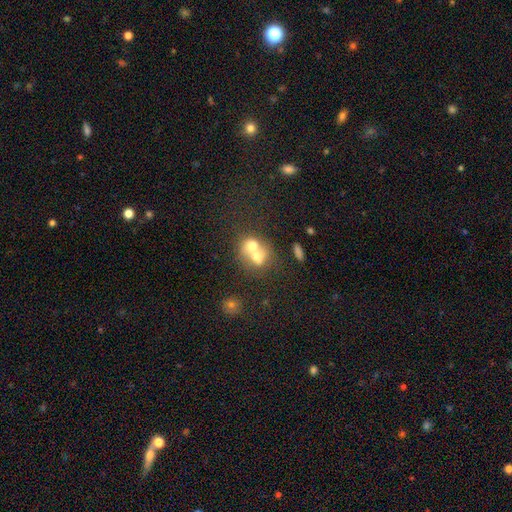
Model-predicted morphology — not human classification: Smooth or featured: smooth — 62% (featured or disk — 26%)
How rounded: round — 64% (in between — 35%)
Merging: merger — 70% (none — 21%)